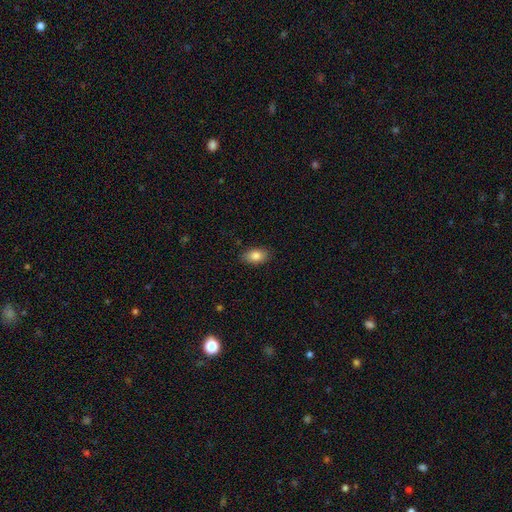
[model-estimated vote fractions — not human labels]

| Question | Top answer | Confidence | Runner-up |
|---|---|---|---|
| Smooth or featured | smooth | 85% | star or artifact (8%) |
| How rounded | in between | 89% | round (9%) |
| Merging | none | 86% | minor disturbance (11%) |